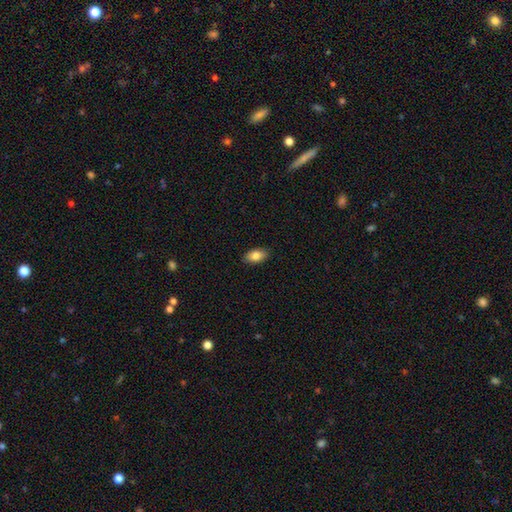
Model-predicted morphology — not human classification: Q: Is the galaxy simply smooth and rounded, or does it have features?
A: smooth — 83%.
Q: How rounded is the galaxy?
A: in between — 92%.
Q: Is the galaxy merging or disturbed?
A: none — 89%.